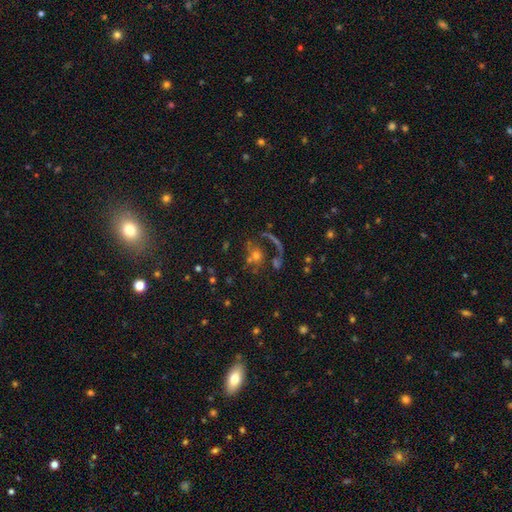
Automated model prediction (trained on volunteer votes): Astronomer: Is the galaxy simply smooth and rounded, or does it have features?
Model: featured or disk — 39% (runner-up: smooth, 37%).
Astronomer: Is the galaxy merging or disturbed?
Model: none — 42% (runner-up: merger, 24%).